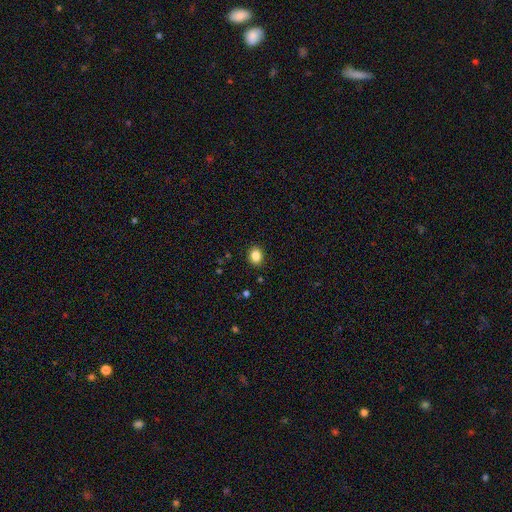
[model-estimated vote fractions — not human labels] The model was most divided on "how rounded": in between: 50%, round: 49%, cigar-shaped: 1%. More confident: merging — none (89%); smooth or featured — smooth (85%).